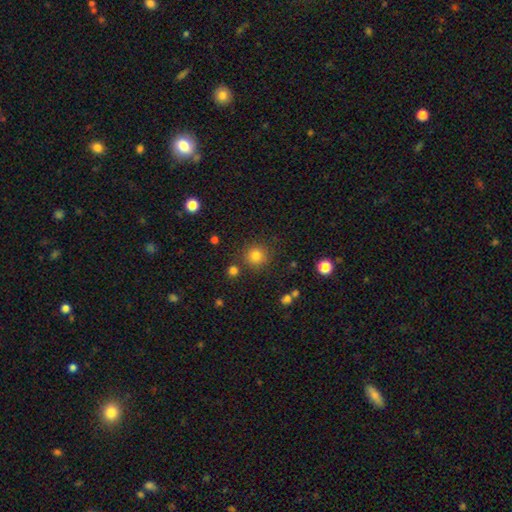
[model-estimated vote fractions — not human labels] Morphology: type=smooth (82%); roundness=round (93%); merging=none (84%).